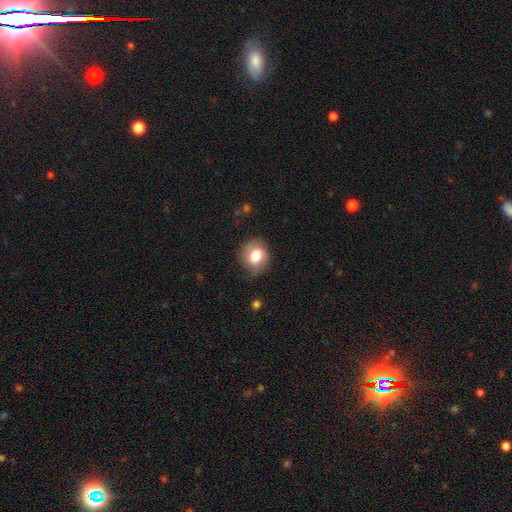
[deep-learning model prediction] Overall: smooth (70%). How rounded: round (70%). Merging: none (71%).